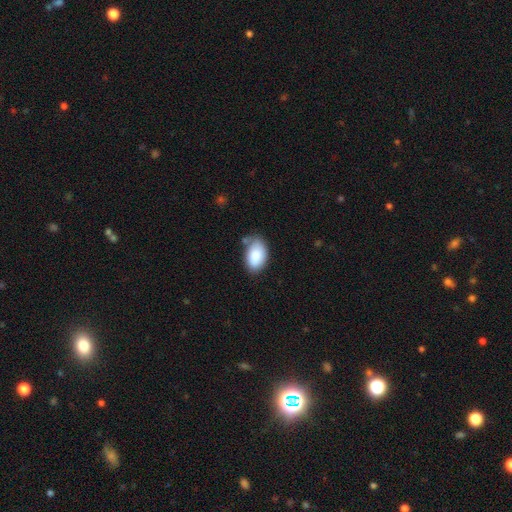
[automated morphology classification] Smooth or featured? Predicted: smooth (p=0.84). How rounded? Predicted: in between (p=0.92). Merging? Predicted: none (p=0.64).